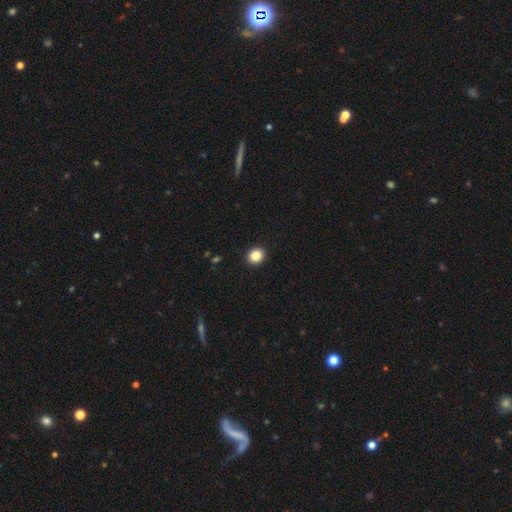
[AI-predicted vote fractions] Smooth or featured? smooth (86%)
How rounded? round (76%)
Merging? none (93%)